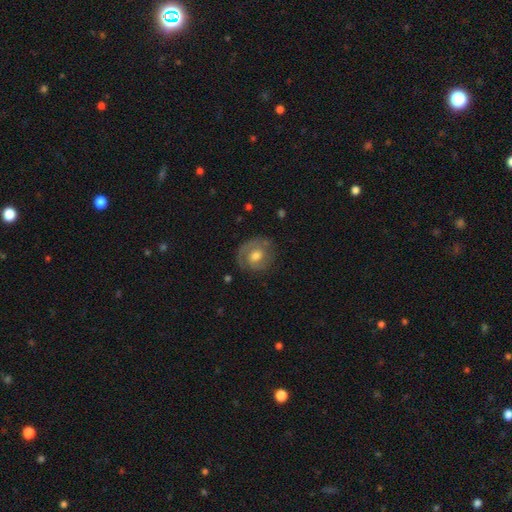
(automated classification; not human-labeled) Smooth or featured: featured or disk — 66% (smooth — 27%)
Edge-on disk: no — 97% (yes — 3%)
Bar: no — 63% (weak — 31%)
Spiral arms: yes — 81% (no — 19%)
Spiral winding: tight — 56% (medium — 33%)
Spiral arm count: 2 — 56% (1 — 21%)
Bulge size: moderate — 68% (small — 15%)
Merging: none — 76% (minor disturbance — 16%)